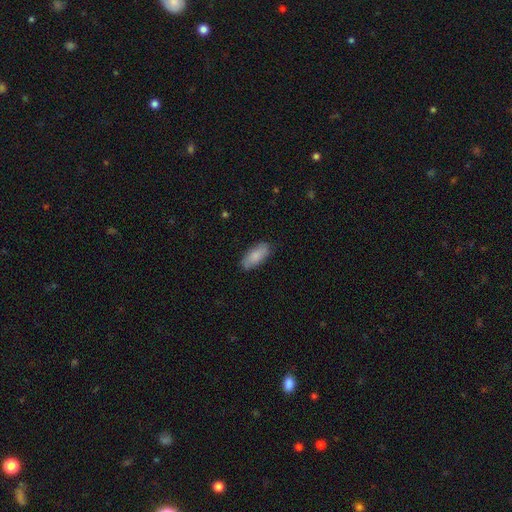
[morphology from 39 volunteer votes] Volunteers were most divided on "smooth or featured": smooth: 77%, featured or disk: 18%, star or artifact: 5%. More confident: merging — none (86%); how rounded — in between (80%).